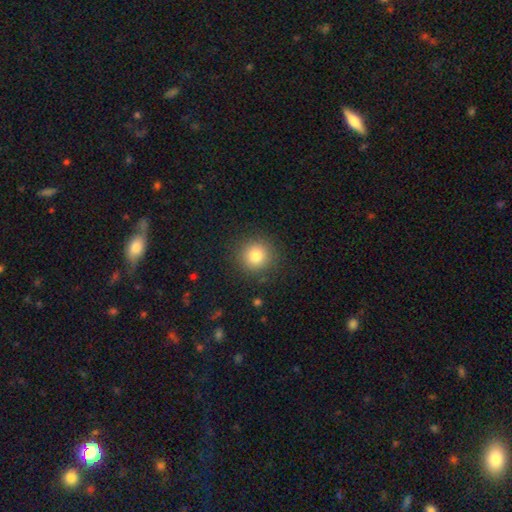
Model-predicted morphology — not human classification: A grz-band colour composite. It shows a smooth galaxy with no disk features (81%) that is round (93%). Merging: none (89%).